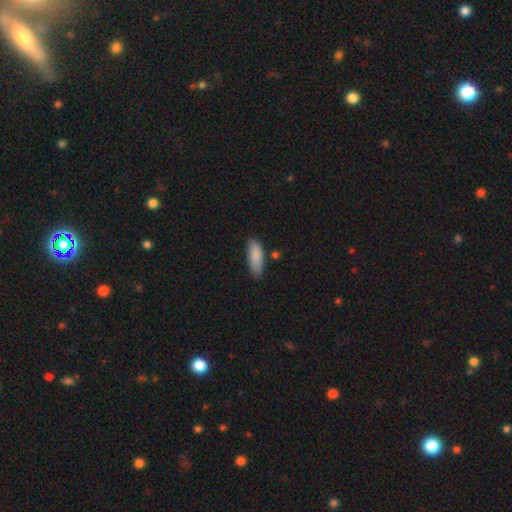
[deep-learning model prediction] Smooth or featured? smooth (87%)
How rounded? in between (70%)
Merging? none (76%)